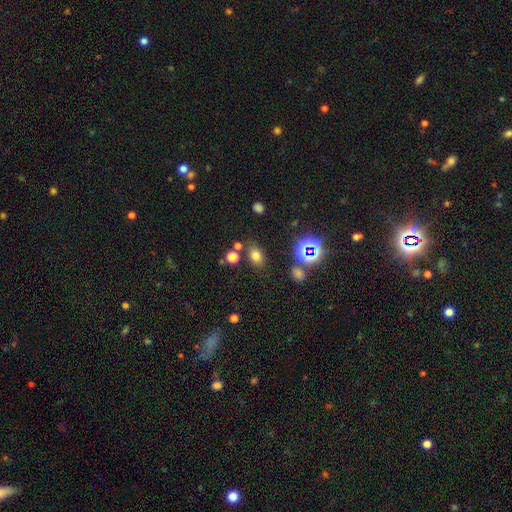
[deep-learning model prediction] A smooth galaxy with no disk features (69%) that is in between round and cigar-shaped (73%). Merging: none (77%).